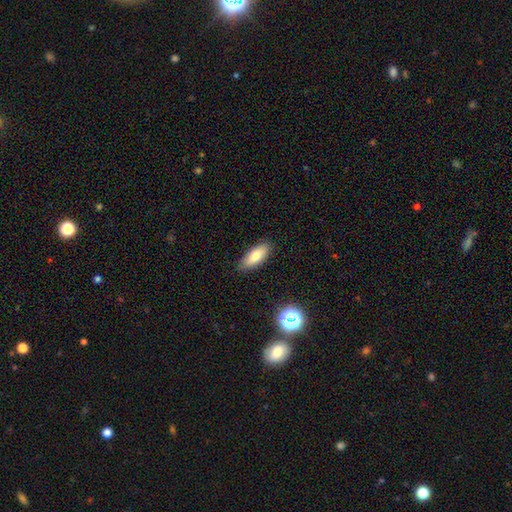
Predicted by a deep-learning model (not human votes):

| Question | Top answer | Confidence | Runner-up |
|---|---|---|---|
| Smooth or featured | smooth | 78% | featured or disk (14%) |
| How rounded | in between | 70% | cigar-shaped (28%) |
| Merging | none | 87% | minor disturbance (10%) |